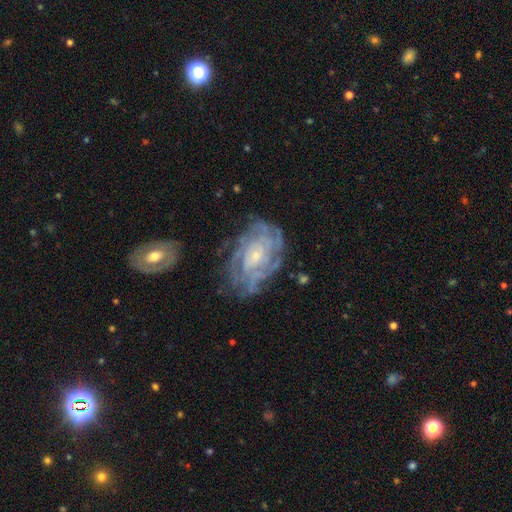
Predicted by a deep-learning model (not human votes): Smooth or featured? featured or disk (83%)
Edge-on disk? no (96%)
Bar? no (69%)
Spiral arms? yes (92%)
Spiral winding? tight (70%)
Spiral arm count? can't tell (45%)
Bulge size? small (74%)
Merging? none (67%)